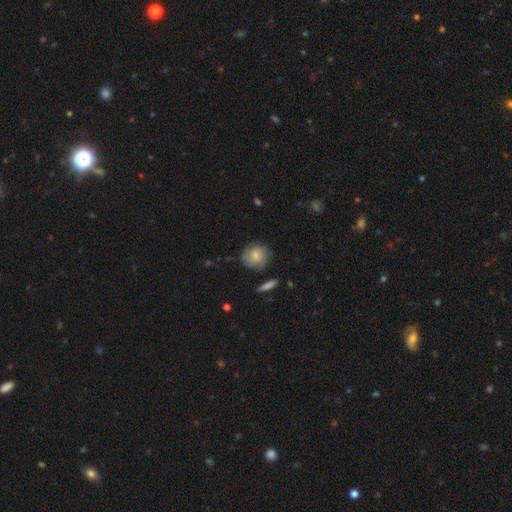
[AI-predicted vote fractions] Smooth or featured: smooth — 77% (featured or disk — 16%)
How rounded: round — 86% (in between — 13%)
Merging: none — 74% (minor disturbance — 19%)